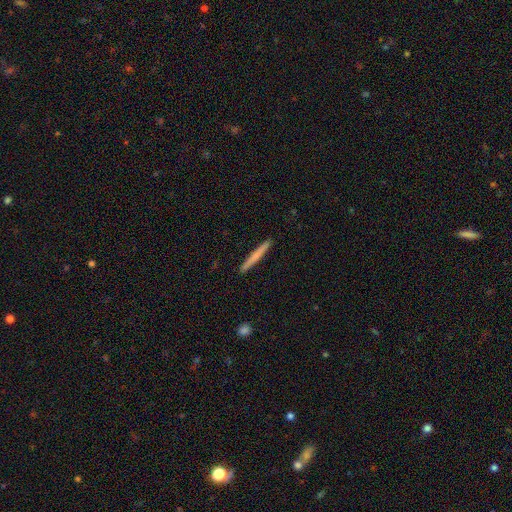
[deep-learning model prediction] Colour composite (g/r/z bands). It shows a smooth galaxy with no disk features (67%) that is cigar-shaped (97%). Merging: none (93%).